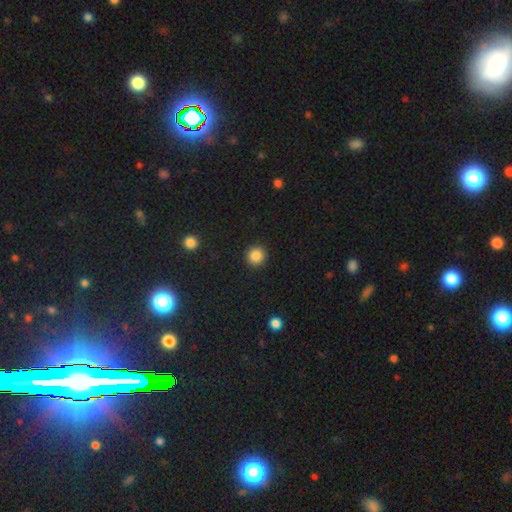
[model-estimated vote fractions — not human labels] A smooth galaxy with no disk features (87%) that is round (94%).

Vote fractions:
- Smooth or featured? smooth: 87% / star or artifact: 10% / featured or disk: 3%
- How rounded? round: 94% / in between: 5% / cigar-shaped: 1%
- Merging? none: 92% / minor disturbance: 5% / major disturbance: 2% / merger: 1%